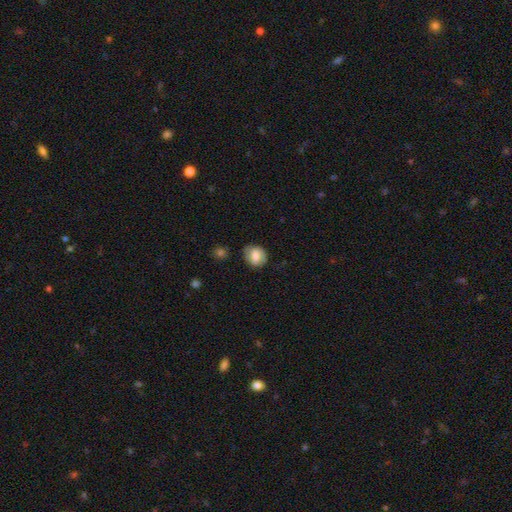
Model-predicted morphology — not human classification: smooth 61%, featured or disk 31%, star or artifact 8%. Down the decision tree: how rounded — round (57%); merging — none (75%).